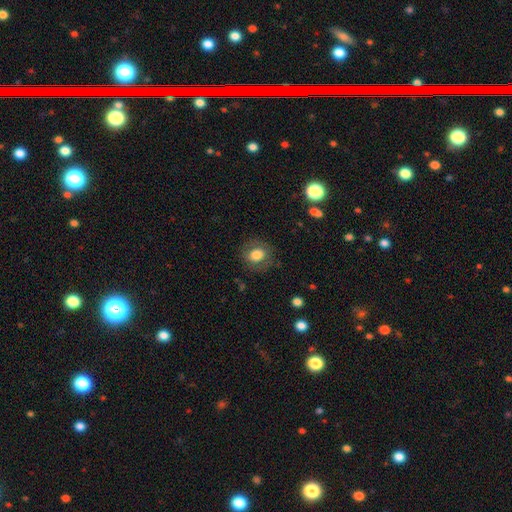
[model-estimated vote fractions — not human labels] Smooth or featured? Predicted: smooth (p=0.76). How rounded? Predicted: round (p=0.60). Merging? Predicted: none (p=0.81).